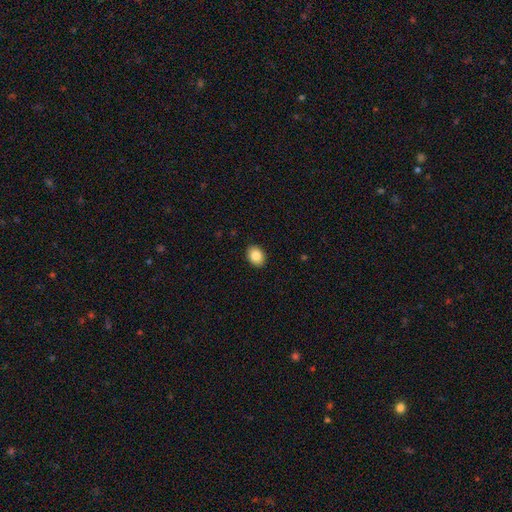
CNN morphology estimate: type=smooth (86%); roundness=in between (65%); merging=none (91%).